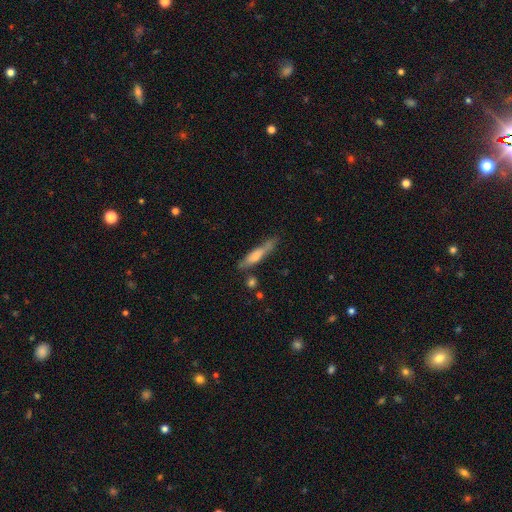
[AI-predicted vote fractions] The model was most divided on "smooth or featured": smooth: 54%, featured or disk: 39%, star or artifact: 7%. More confident: how rounded — cigar-shaped (88%); merging — none (67%).